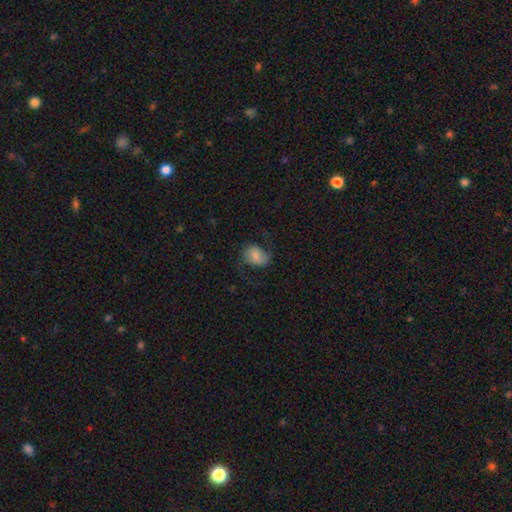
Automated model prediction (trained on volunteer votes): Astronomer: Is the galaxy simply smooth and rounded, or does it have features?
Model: smooth — 50% (runner-up: featured or disk, 40%).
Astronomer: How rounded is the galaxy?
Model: in between — 70%.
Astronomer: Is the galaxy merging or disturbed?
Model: none — 63%.